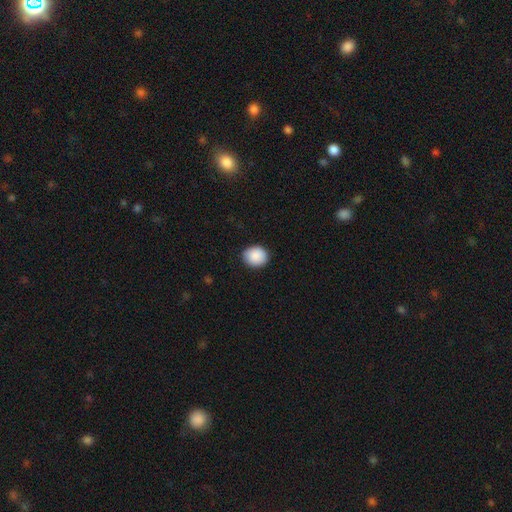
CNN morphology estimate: This is clearly a smooth galaxy (90%). How rounded: likely round (69%). Merging: clearly none (88%).